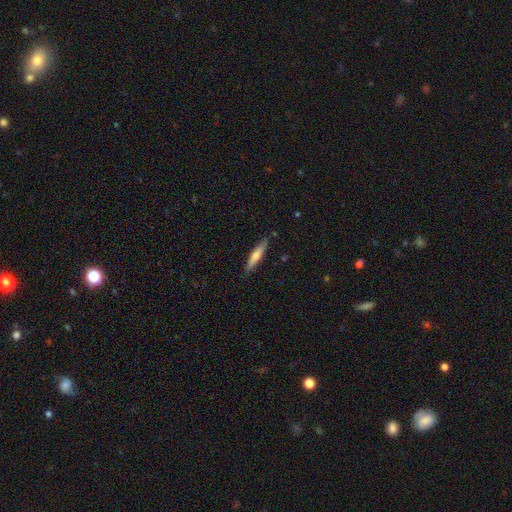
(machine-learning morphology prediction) A smooth galaxy with no disk features (59%) that is cigar-shaped (89%).

Vote fractions:
- Smooth or featured? smooth: 59% / featured or disk: 36% / star or artifact: 6%
- How rounded? cigar-shaped: 89% / in between: 10% / round: 1%
- Merging? none: 85% / minor disturbance: 11% / major disturbance: 2% / merger: 2%